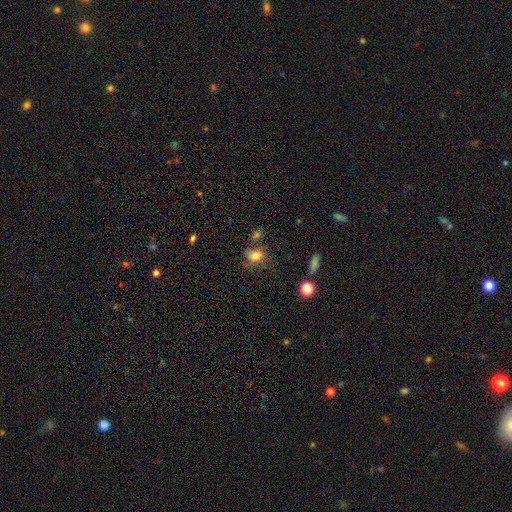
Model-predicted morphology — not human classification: The model was most divided on "how rounded": round: 51%, in between: 48%, cigar-shaped: 1%. More confident: smooth or featured — smooth (77%); merging — none (62%).